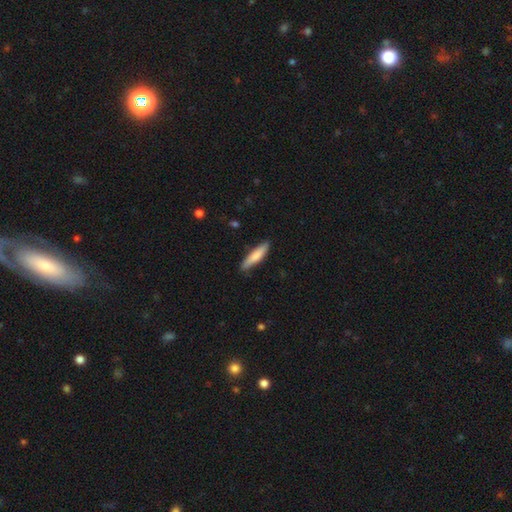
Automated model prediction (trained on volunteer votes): Smooth or featured? smooth (77%)
How rounded? cigar-shaped (81%)
Merging? none (85%)